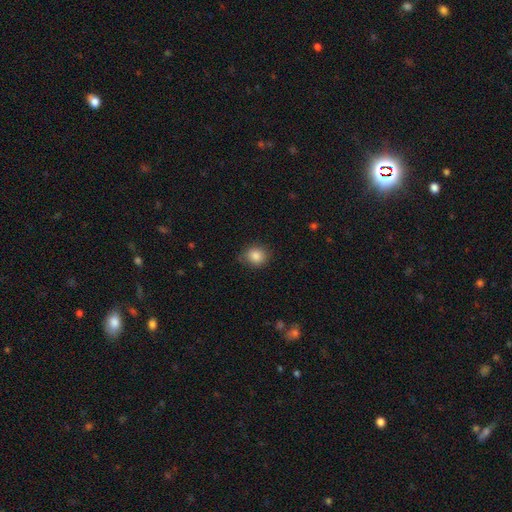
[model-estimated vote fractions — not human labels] Smooth or featured?
  - smooth: 85% *
  - star or artifact: 9%
  - featured or disk: 5%
How rounded?
  - round: 73% *
  - in between: 26%
  - cigar-shaped: 1%
Merging?
  - none: 78% *
  - minor disturbance: 17%
  - major disturbance: 3%
  - merger: 1%